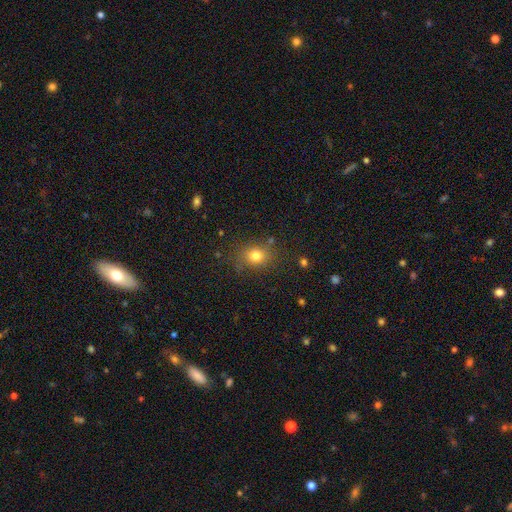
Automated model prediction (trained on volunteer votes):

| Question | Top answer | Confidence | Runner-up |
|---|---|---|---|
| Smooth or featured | smooth | 77% | star or artifact (14%) |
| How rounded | round | 57% | in between (42%) |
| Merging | none | 79% | minor disturbance (14%) |